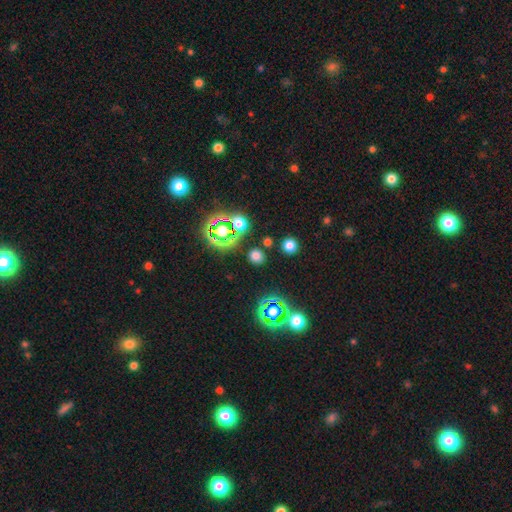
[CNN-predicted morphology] Smooth or featured? Predicted: smooth (p=0.64). How rounded? Predicted: round (p=0.87). Merging? Predicted: none (p=0.85).